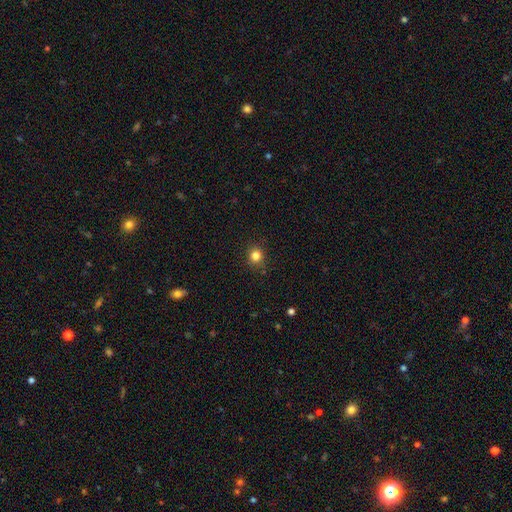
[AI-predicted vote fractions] smooth_or_featured: smooth (p=0.82) [alt: star or artifact p=0.13]
how_rounded: round (p=0.88) [alt: in between p=0.11]
merging: none (p=0.86) [alt: minor disturbance p=0.10]